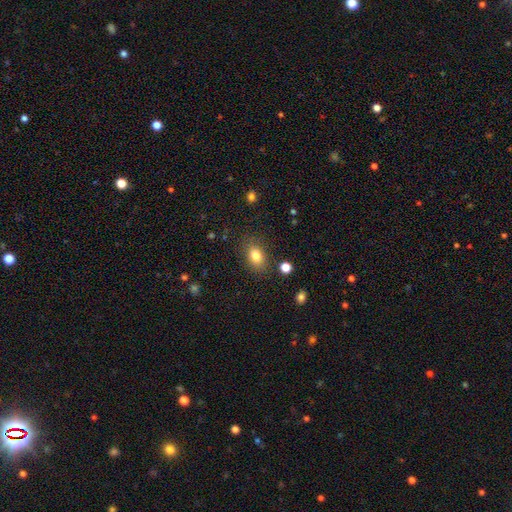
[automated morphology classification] type=smooth (82%); roundness=in between (79%); merging=none (82%).